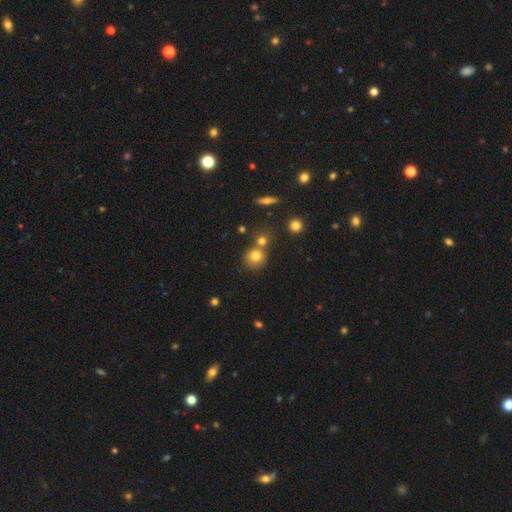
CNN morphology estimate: This appears to be a smooth galaxy with no disk features (76%) that is round (87%). Merging: none (58%).